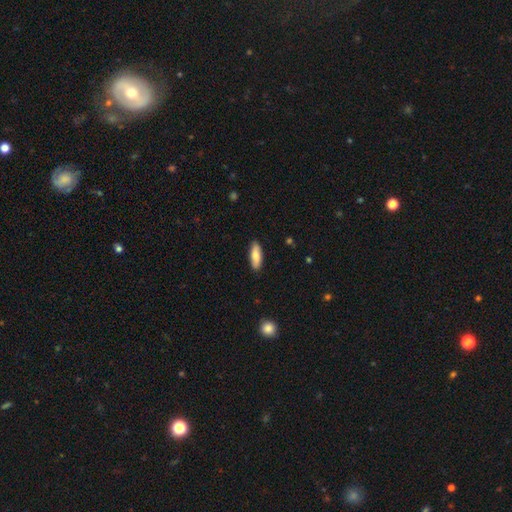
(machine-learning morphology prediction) smooth_or_featured: smooth (p=0.77) [alt: featured or disk p=0.17]
how_rounded: in between (p=0.61) [alt: cigar-shaped p=0.37]
merging: none (p=0.89) [alt: minor disturbance p=0.09]